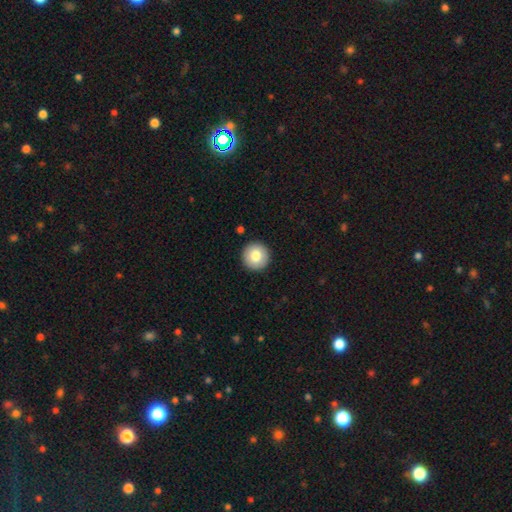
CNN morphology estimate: The model was most divided on "smooth or featured": smooth: 78%, featured or disk: 14%, star or artifact: 8%. More confident: how rounded — round (96%); merging — none (93%).